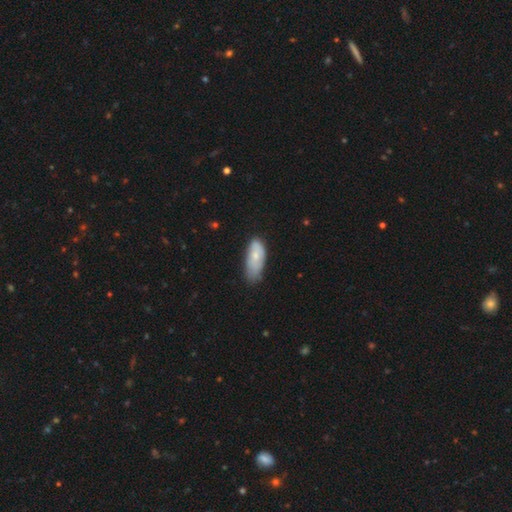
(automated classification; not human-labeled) Smooth or featured: smooth — 71% (featured or disk — 23%)
How rounded: in between — 82% (cigar-shaped — 16%)
Merging: none — 53% (minor disturbance — 37%)